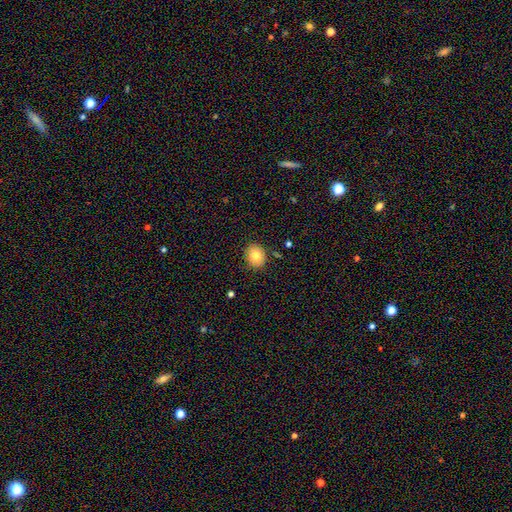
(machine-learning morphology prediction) smooth_or_featured: smooth (p=0.80) [alt: featured or disk p=0.11]
how_rounded: round (p=0.64) [alt: in between p=0.35]
merging: none (p=0.86) [alt: minor disturbance p=0.10]